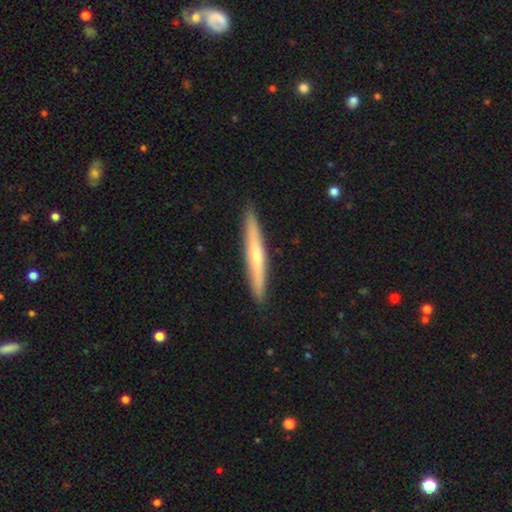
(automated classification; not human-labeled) This is possibly a featured or disk galaxy (53%). It is clearly viewed edge-on (95%). Edge-on bulge: likely rounded (66%). Merging: clearly none (91%).